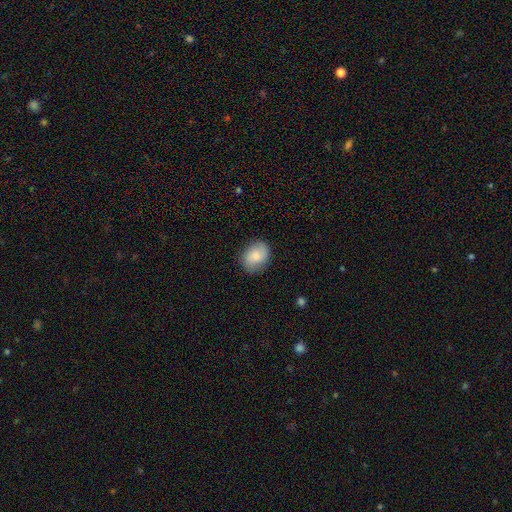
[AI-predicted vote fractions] This is likely a smooth galaxy (70%). How rounded: likely in between (60%). Merging: clearly none (81%).